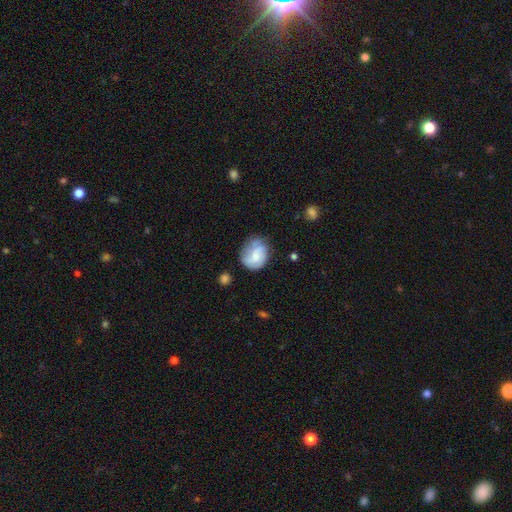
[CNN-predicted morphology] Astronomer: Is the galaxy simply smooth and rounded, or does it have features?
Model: smooth — 49% (runner-up: featured or disk, 43%).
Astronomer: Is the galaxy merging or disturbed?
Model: none — 50% (runner-up: minor disturbance, 31%).